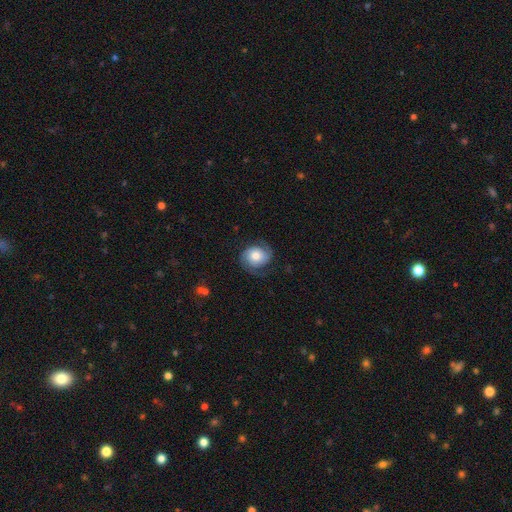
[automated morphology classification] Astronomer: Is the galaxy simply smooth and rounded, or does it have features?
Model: featured or disk — 62%.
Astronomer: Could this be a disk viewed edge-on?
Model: no — 98%.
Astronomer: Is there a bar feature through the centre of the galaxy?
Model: no — 76%.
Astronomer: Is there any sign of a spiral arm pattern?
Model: yes — 92%.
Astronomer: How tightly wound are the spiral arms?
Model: medium — 41% (runner-up: tight, 37%).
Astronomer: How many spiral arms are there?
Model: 2 — 86%.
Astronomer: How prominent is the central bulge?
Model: moderate — 60%.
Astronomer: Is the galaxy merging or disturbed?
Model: none — 71%.